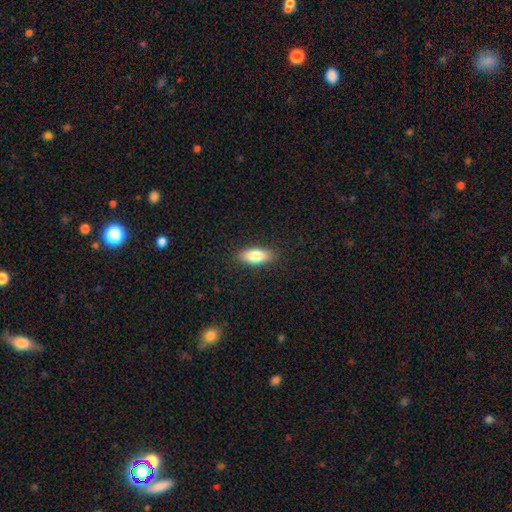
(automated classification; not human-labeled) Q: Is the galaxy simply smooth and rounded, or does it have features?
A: smooth — 80%.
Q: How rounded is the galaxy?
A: in between — 75%.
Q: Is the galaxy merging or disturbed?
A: none — 89%.